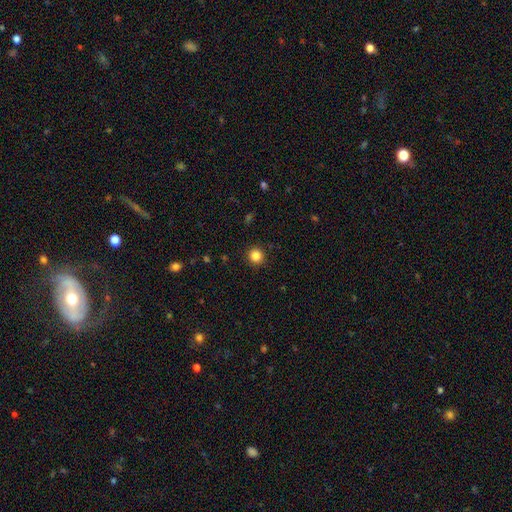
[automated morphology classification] Smooth or featured? smooth (85%)
How rounded? round (94%)
Merging? none (92%)